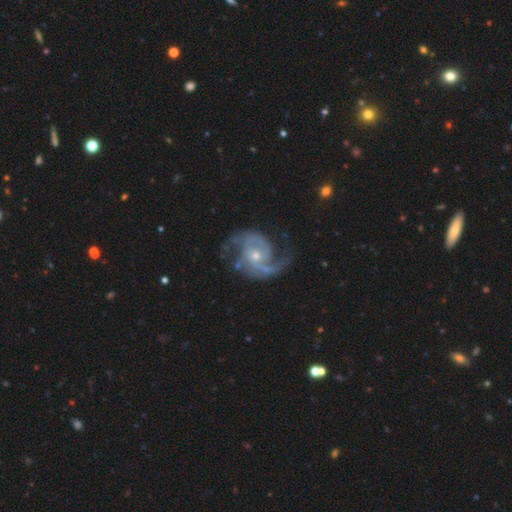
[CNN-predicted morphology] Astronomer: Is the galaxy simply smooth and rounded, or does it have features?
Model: featured or disk — 91%.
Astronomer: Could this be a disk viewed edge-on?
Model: no — 98%.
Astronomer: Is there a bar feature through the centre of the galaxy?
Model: no — 60%.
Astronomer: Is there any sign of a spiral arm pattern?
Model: yes — 98%.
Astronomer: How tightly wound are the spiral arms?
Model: medium — 55%.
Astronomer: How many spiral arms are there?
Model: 2 — 83%.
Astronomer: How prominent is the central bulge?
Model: small — 55% (runner-up: moderate, 41%).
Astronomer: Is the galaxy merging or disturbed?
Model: none — 68%.